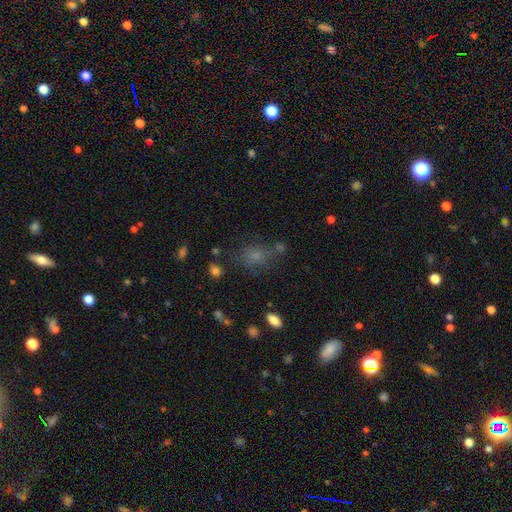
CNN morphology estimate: smooth_or_featured: smooth (p=0.63) [alt: star or artifact p=0.25]
how_rounded: in between (p=0.54) [alt: round p=0.44]
merging: none (p=0.63) [alt: minor disturbance p=0.17]